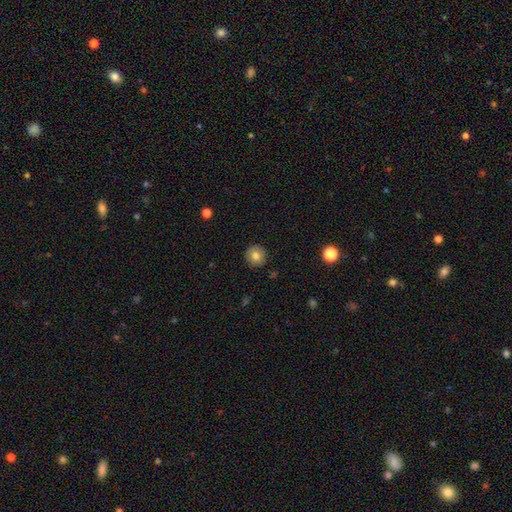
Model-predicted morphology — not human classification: The model was most divided on "smooth or featured": smooth: 79%, featured or disk: 12%, star or artifact: 9%. More confident: how rounded — round (91%); merging — none (90%).